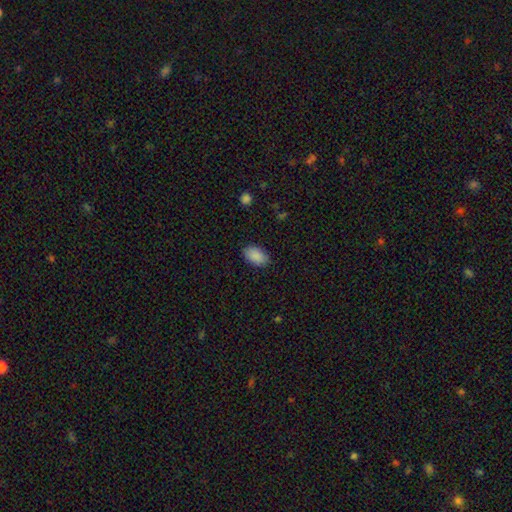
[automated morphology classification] Smooth or featured? Predicted: smooth (p=0.90). How rounded? Predicted: in between (p=0.93). Merging? Predicted: none (p=0.85).